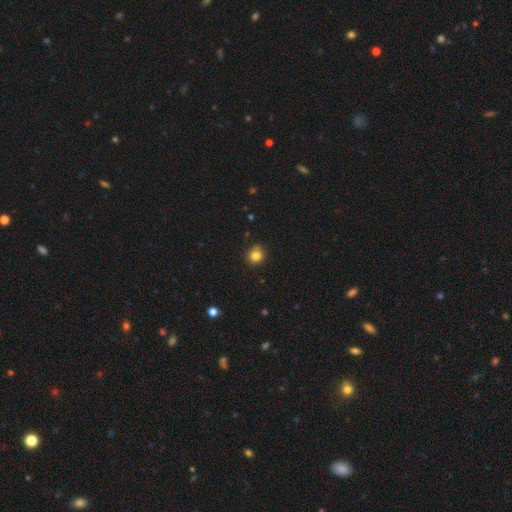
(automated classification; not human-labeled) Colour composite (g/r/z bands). It shows a smooth galaxy with no disk features (82%) that is round (89%). Merging: none (83%).